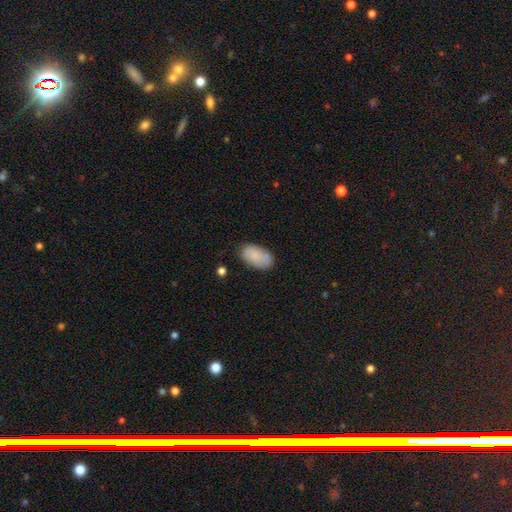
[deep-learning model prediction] The model was most divided on "merging": none: 73%, minor disturbance: 18%, merger: 5%, major disturbance: 4%. More confident: how rounded — in between (94%); smooth or featured — smooth (83%).